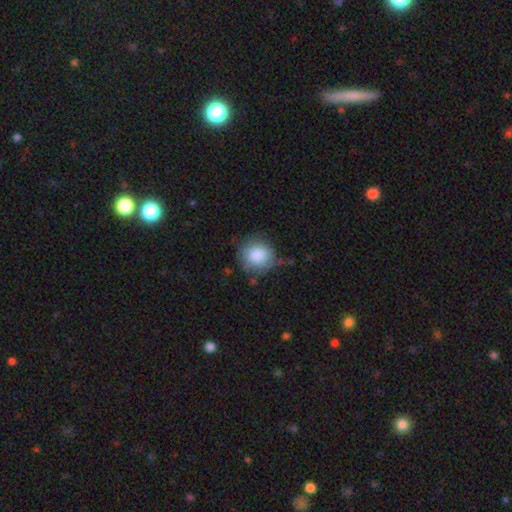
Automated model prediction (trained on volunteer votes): Smooth or featured? smooth (86%)
How rounded? round (90%)
Merging? none (73%)